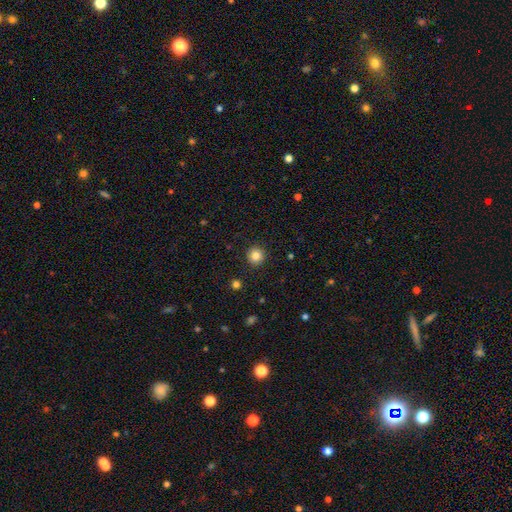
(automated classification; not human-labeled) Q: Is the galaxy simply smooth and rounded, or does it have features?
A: smooth — 84%.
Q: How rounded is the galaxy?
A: round — 95%.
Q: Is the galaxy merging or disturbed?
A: none — 92%.